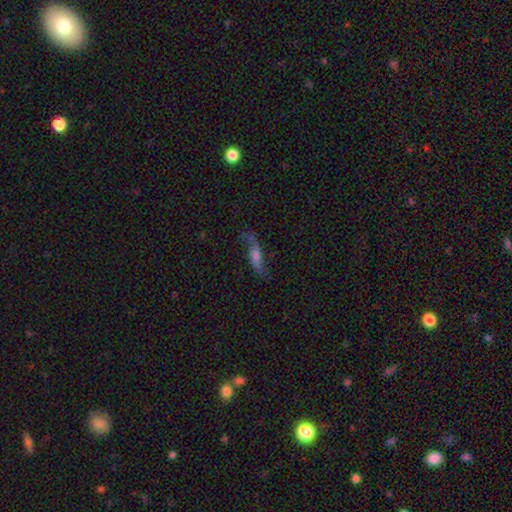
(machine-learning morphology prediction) featured or disk 71%, smooth 19%, star or artifact 10%. Down the decision tree: edge-on disk — no (75%); bar — no (50%); spiral arms — yes (92%); bulge size — moderate (35%); merging — none (69%).